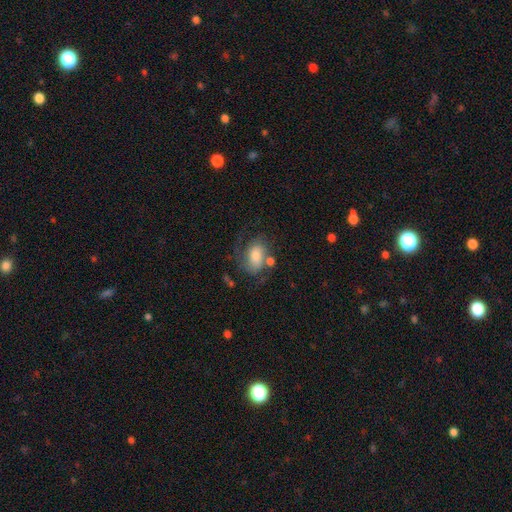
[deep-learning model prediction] Smooth or featured?
  - smooth: 47% *
  - featured or disk: 45%
  - star or artifact: 9%
Merging?
  - none: 47% *
  - minor disturbance: 23%
  - major disturbance: 20%
  - merger: 11%